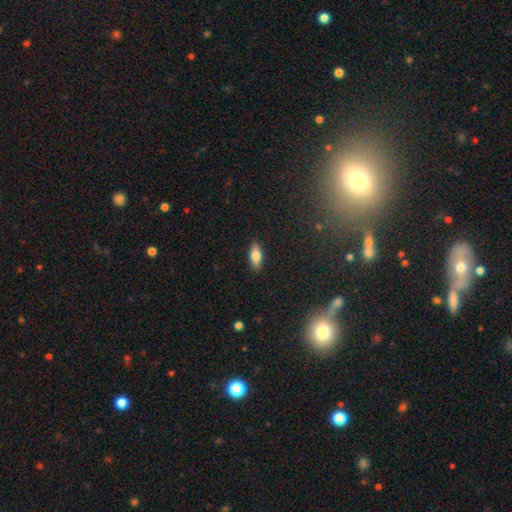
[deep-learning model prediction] Morphology: type=smooth (78%); roundness=in between (81%); merging=none (88%).